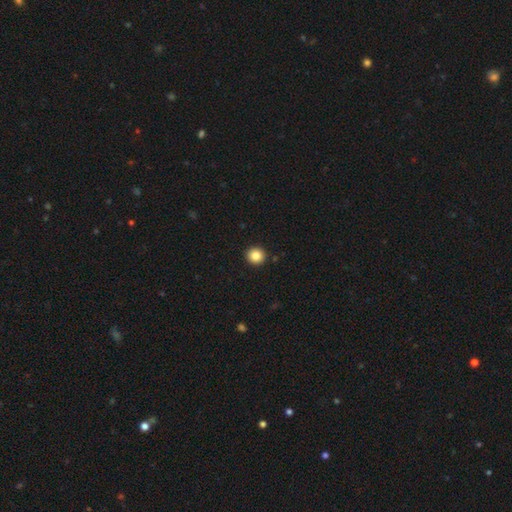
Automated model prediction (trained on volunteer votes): This appears to be a smooth galaxy with no disk features (85%) that is round (92%). Merging: none (93%).